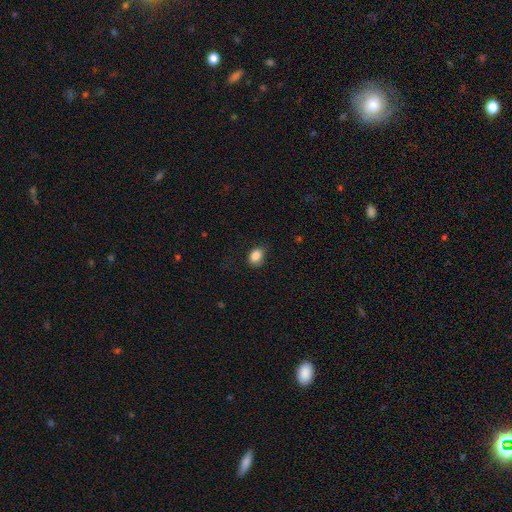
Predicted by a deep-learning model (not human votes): Morphology: type=smooth (87%); roundness=in between (72%); merging=none (76%).